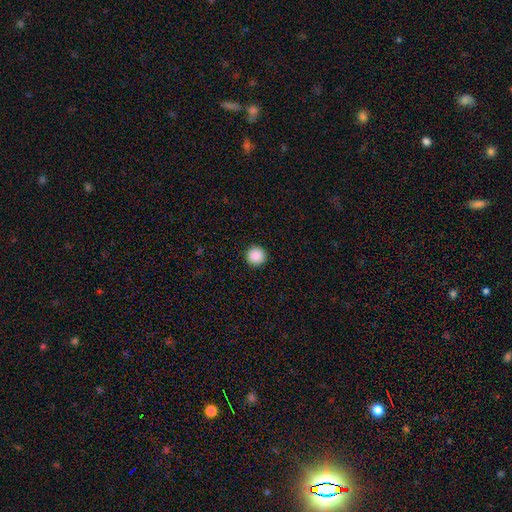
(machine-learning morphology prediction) Smooth or featured?
  - smooth: 89% *
  - star or artifact: 9%
  - featured or disk: 2%
How rounded?
  - round: 96% *
  - in between: 3%
  - cigar-shaped: 1%
Merging?
  - none: 93% *
  - minor disturbance: 4%
  - major disturbance: 2%
  - merger: 1%